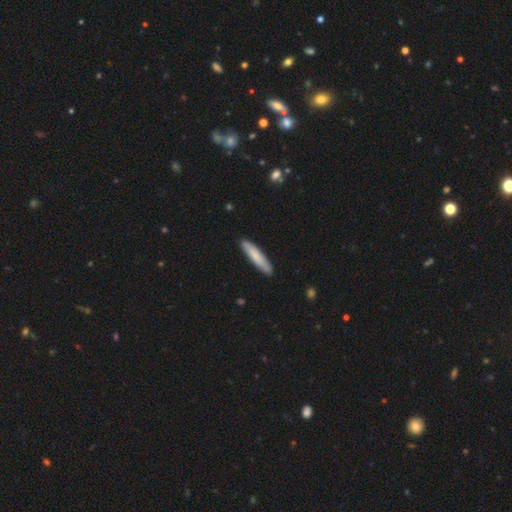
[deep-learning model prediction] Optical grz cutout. It shows a smooth galaxy with no disk features (76%) that is cigar-shaped (86%). Merging: none (89%).